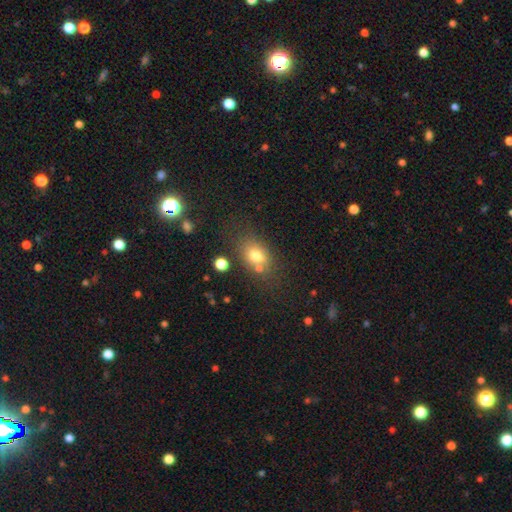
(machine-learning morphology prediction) Smooth or featured? smooth (73%)
How rounded? in between (64%)
Merging? none (59%)